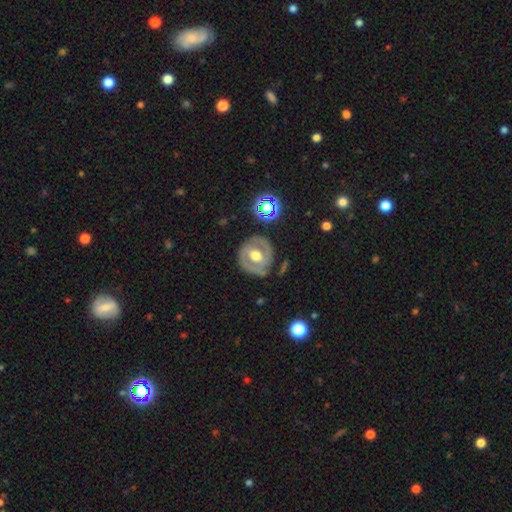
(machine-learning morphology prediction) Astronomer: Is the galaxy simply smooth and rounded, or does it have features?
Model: featured or disk — 64%.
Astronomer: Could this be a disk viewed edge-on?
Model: no — 96%.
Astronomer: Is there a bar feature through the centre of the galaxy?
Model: no — 47% (runner-up: weak, 36%).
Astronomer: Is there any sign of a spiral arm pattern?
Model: no — 54% (runner-up: yes, 46%).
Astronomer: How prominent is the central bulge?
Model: moderate — 70%.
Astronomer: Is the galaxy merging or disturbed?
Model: none — 77%.